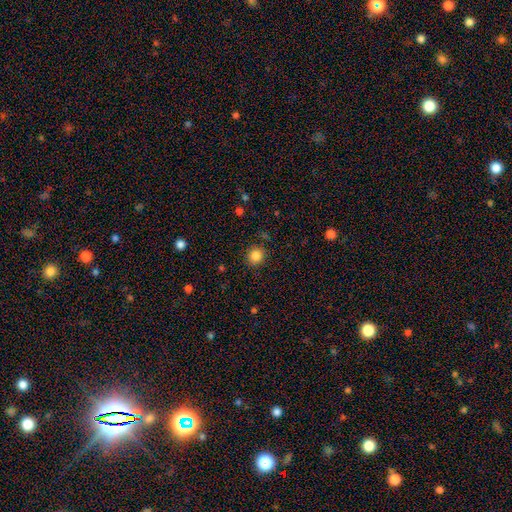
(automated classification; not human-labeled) smooth-or-featured: smooth: 84% | star or artifact: 11% | featured or disk: 5%
  how-rounded: round: 88% | in between: 11% | cigar-shaped: 1%
  merging: none: 89% | minor disturbance: 7% | major disturbance: 2% | merger: 1%